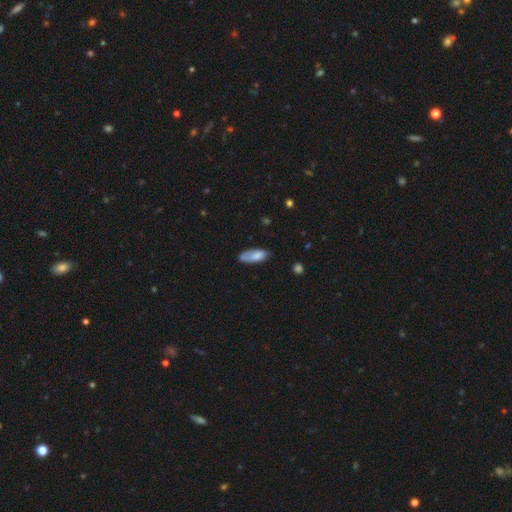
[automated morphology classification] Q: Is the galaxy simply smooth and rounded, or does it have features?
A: smooth — 78%.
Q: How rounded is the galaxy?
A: in between — 77%.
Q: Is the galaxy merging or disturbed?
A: none — 61%.